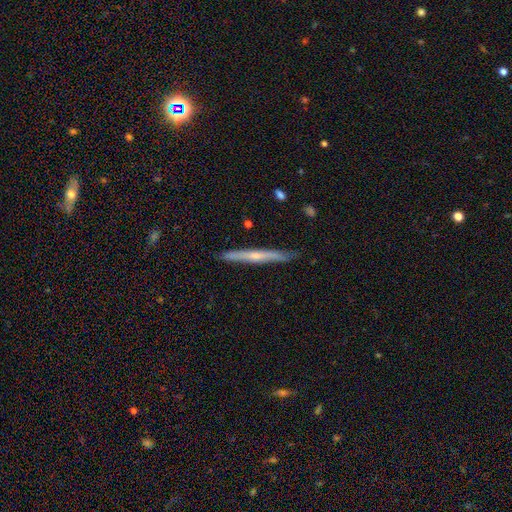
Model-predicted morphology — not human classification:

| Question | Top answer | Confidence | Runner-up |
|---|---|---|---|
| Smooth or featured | featured or disk | 62% | smooth (32%) |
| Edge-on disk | yes | 97% | no (3%) |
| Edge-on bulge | rounded | 57% | none (39%) |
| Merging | none | 87% | minor disturbance (10%) |